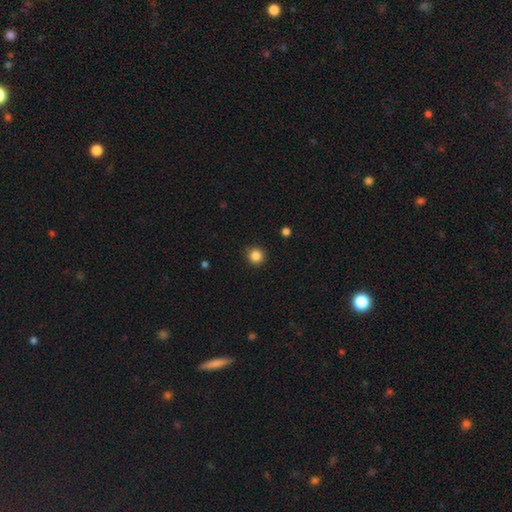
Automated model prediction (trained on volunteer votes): smooth-or-featured: smooth: 85% | star or artifact: 11% | featured or disk: 4%
  how-rounded: round: 95% | in between: 4% | cigar-shaped: 1%
  merging: none: 91% | minor disturbance: 6% | major disturbance: 2% | merger: 1%